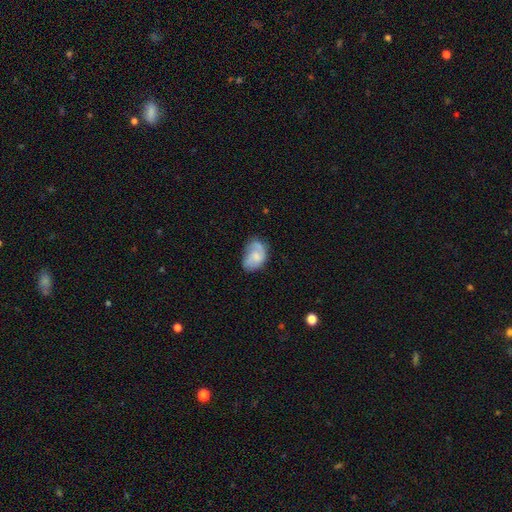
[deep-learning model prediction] smooth_or_featured: featured or disk (p=0.49) [alt: smooth p=0.44]
merging: none (p=0.49) [alt: minor disturbance p=0.30]